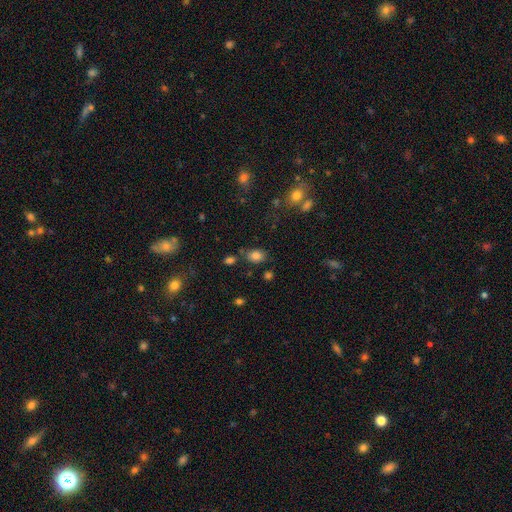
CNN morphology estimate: Smooth or featured? smooth (82%)
How rounded? in between (74%)
Merging? none (73%)